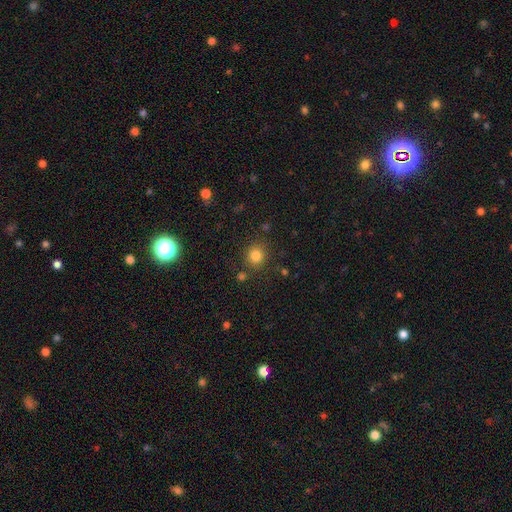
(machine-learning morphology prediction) A smooth galaxy with no disk features (82%) that is round (87%).

Vote fractions:
- Smooth or featured? smooth: 82% / star or artifact: 13% / featured or disk: 5%
- How rounded? round: 87% / in between: 12% / cigar-shaped: 1%
- Merging? none: 82% / minor disturbance: 9% / merger: 5% / major disturbance: 4%